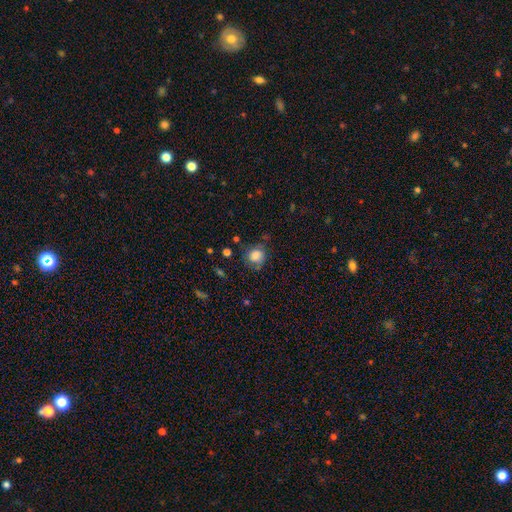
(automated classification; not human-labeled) The model was most divided on "merging": none: 63%, minor disturbance: 23%, major disturbance: 10%, merger: 4%. More confident: smooth or featured — smooth (79%); how rounded — round (75%).